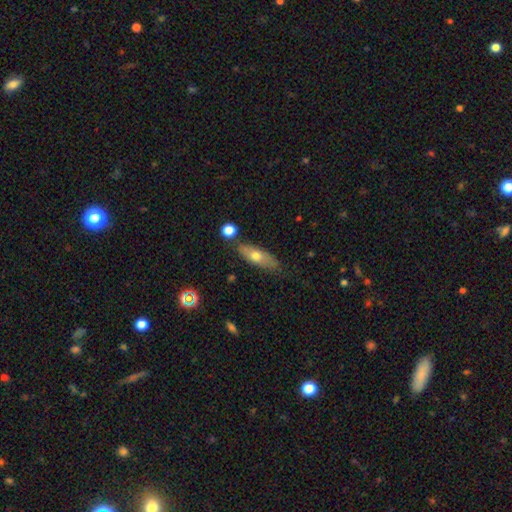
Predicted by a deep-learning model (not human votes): Smooth or featured? Predicted: smooth (p=0.61). How rounded? Predicted: in between (p=0.60). Merging? Predicted: none (p=0.76).